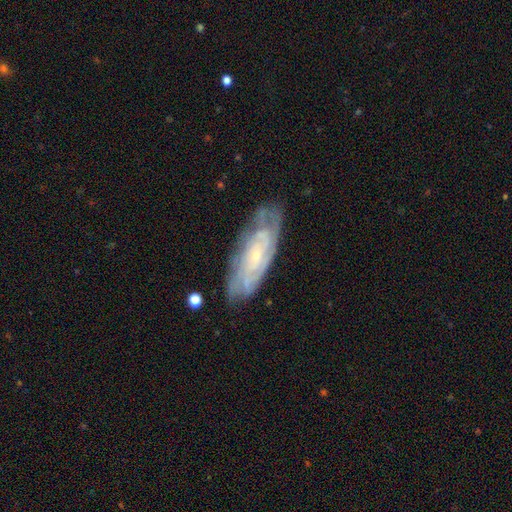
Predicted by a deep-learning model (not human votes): smooth_or_featured: featured or disk (p=0.78) [alt: smooth p=0.16]
disk_edge_on: no (p=0.87) [alt: yes p=0.13]
bar: no (p=0.73) [alt: weak p=0.22]
has_spiral_arms: yes (p=0.87) [alt: no p=0.13]
spiral_winding: tight (p=0.69) [alt: medium p=0.25]
spiral_arm_count: can't tell (p=0.55) [alt: 2 p=0.15]
bulge_size: small (p=0.81) [alt: moderate p=0.15]
merging: none (p=0.72) [alt: minor disturbance p=0.20]